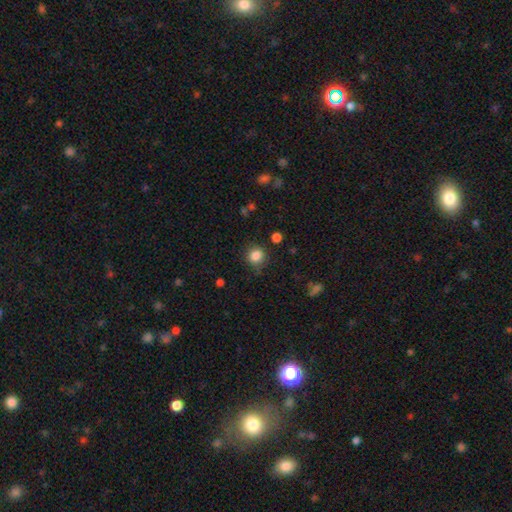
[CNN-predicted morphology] smooth 85%, star or artifact 11%, featured or disk 5%. Down the decision tree: how rounded — round (86%); merging — none (78%).